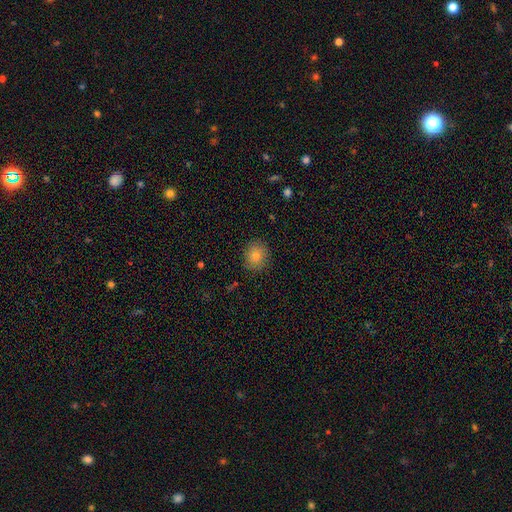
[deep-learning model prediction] This is likely a smooth galaxy (77%). How rounded: likely round (74%). Merging: clearly none (87%).